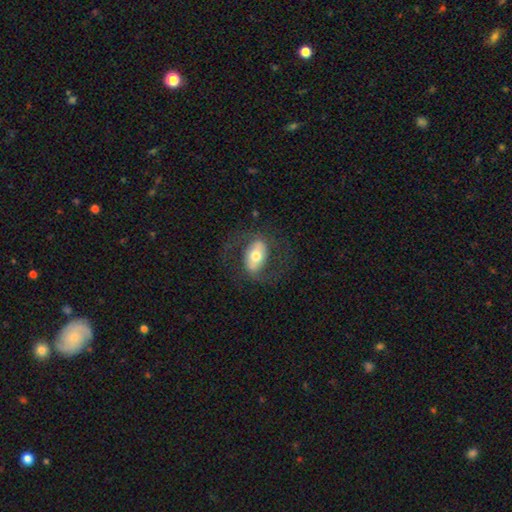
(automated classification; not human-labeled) Q: Smooth or featured?
A: featured or disk (57%); runner-up: smooth (37%)
Q: Edge-on disk?
A: no (92%); runner-up: yes (8%)
Q: Bar?
A: strong (38%); runner-up: no (32%)
Q: Spiral arms?
A: yes (64%); runner-up: no (36%)
Q: Bulge size?
A: moderate (65%); runner-up: large (17%)
Q: Merging?
A: none (70%); runner-up: minor disturbance (15%)